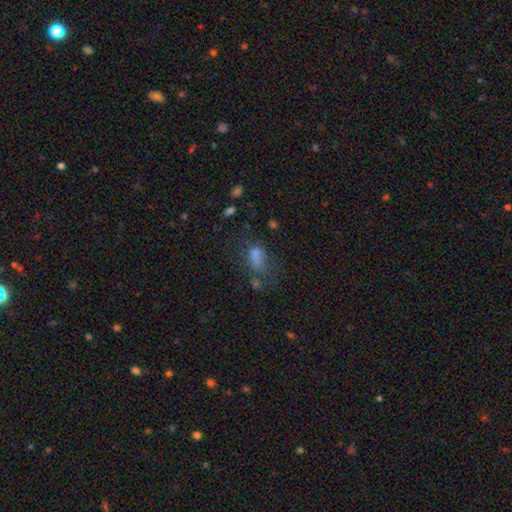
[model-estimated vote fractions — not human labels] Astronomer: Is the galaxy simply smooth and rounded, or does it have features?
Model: smooth — 61%.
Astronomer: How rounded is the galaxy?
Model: in between — 77%.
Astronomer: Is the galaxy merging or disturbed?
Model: none — 42% (runner-up: major disturbance, 25%).